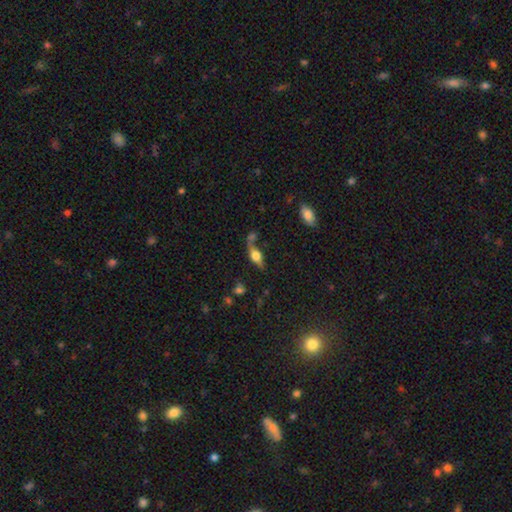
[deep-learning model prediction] Overall: smooth (46%; featured or disk 44%). Merging: none (47%; merger 24%).